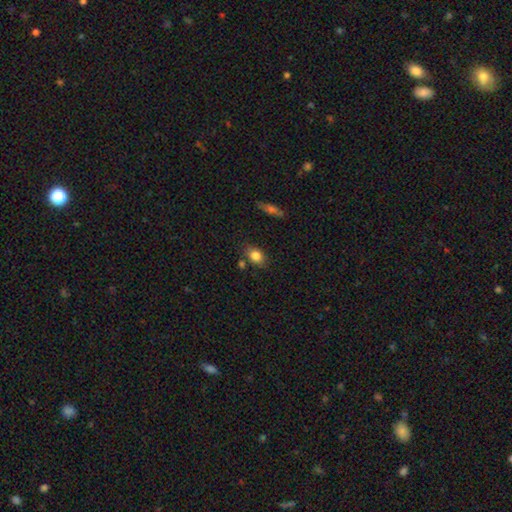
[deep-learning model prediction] Smooth or featured? Predicted: smooth (p=0.82). How rounded? Predicted: in between (p=0.73). Merging? Predicted: none (p=0.73).